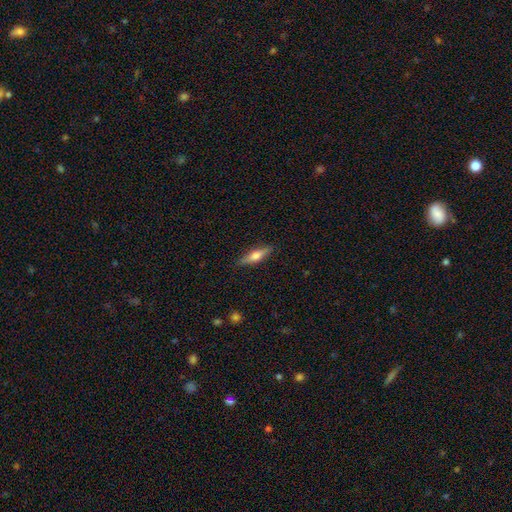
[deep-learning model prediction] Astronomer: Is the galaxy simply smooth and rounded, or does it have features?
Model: smooth — 51% (runner-up: featured or disk, 43%).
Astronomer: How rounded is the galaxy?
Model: cigar-shaped — 67%.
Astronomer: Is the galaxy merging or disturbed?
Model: none — 87%.